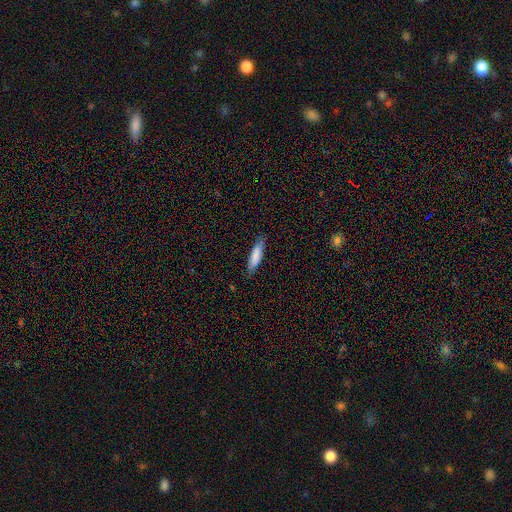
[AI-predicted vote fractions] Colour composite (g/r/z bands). It shows a smooth galaxy with no disk features (83%) that is cigar-shaped (71%). Merging: none (82%).